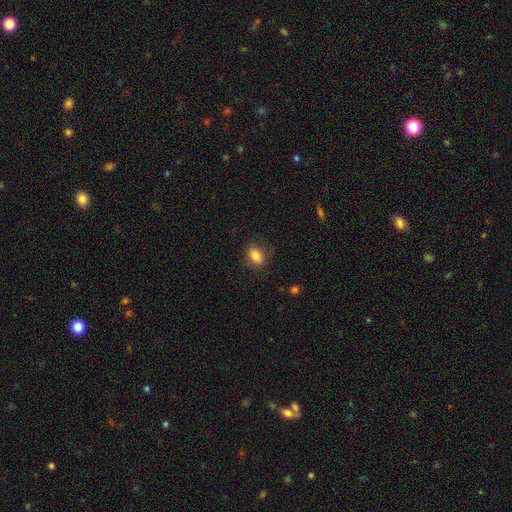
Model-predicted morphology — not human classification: type=smooth (83%); roundness=in between (83%); merging=none (78%).